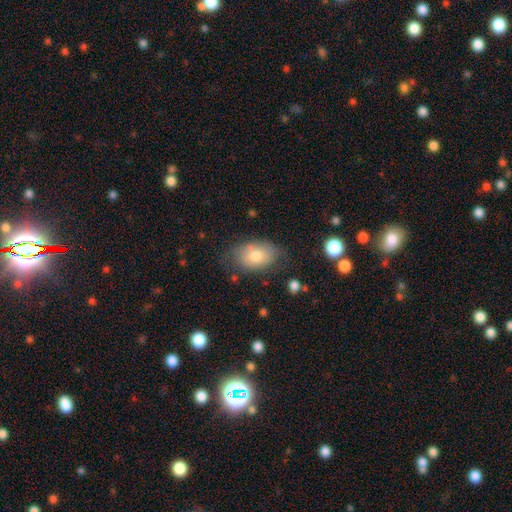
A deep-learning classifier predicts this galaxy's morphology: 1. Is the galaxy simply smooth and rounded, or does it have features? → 75% smooth, 17% featured or disk, 8% star or artifact.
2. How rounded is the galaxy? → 88% in between, 11% round, 1% cigar-shaped.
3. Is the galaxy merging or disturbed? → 67% none, 23% minor disturbance, 7% major disturbance, 2% merger.